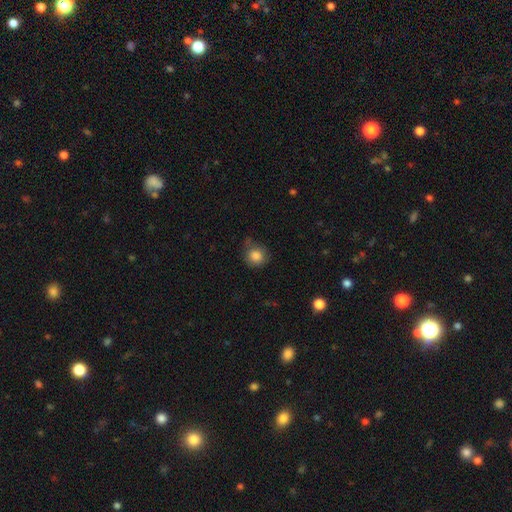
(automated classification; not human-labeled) Smooth or featured? smooth (84%)
How rounded? round (87%)
Merging? none (67%)